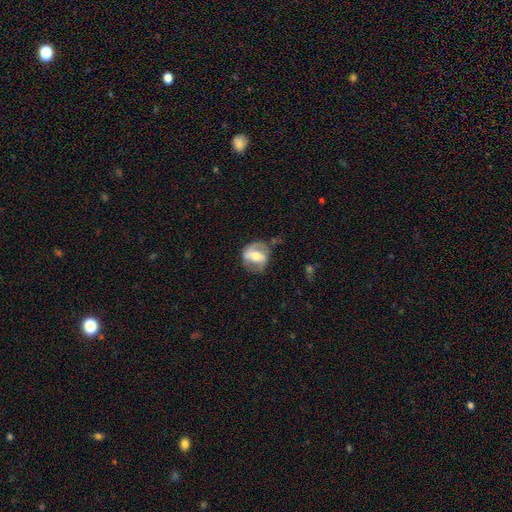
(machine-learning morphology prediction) Overall: featured or disk (64%; smooth 29%). Edge-on disk: no (96%). Bar: strong (43%; weak 36%). Spiral arms: yes (75%). Bulge size: moderate (61%; small 27%). Merging: none (57%; minor disturbance 26%).